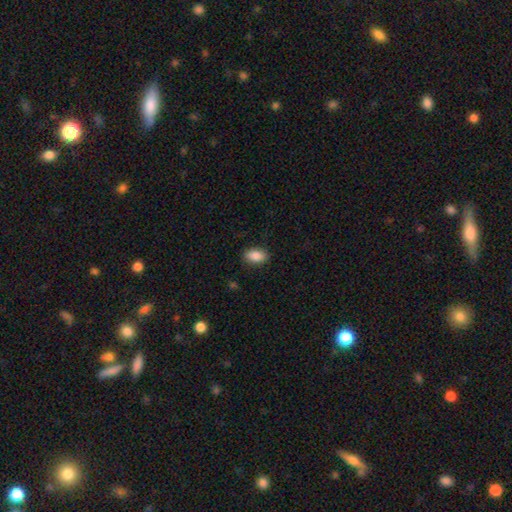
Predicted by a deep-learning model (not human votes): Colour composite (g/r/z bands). It shows a smooth galaxy with no disk features (88%) that is in between round and cigar-shaped (90%). Merging: none (88%).